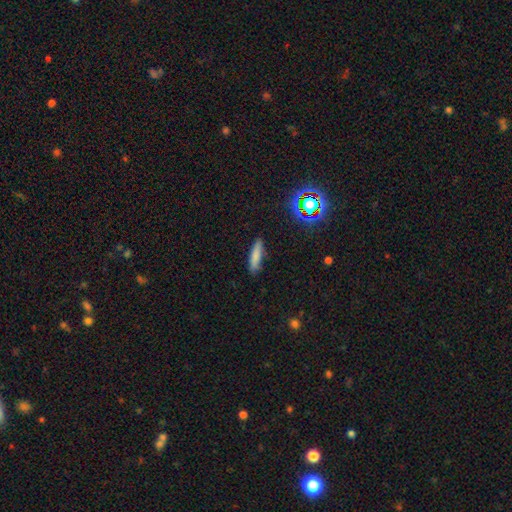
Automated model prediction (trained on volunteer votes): smooth_or_featured: smooth (p=0.78) [alt: featured or disk p=0.12]
how_rounded: cigar-shaped (p=0.77) [alt: in between p=0.21]
merging: none (p=0.83) [alt: minor disturbance p=0.13]